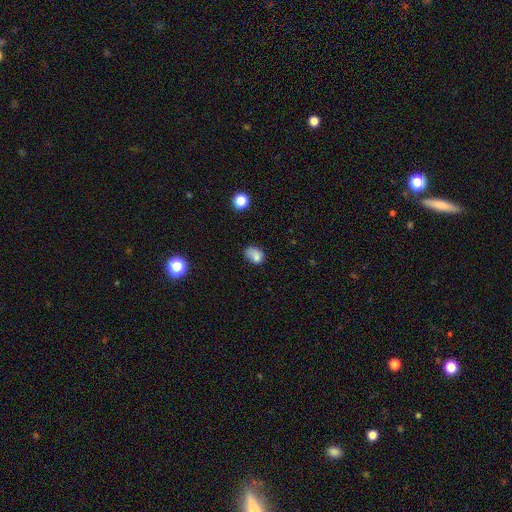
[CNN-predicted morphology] A smooth galaxy with no disk features (75%) that is in between round and cigar-shaped (68%).

Vote fractions:
- Smooth or featured? smooth: 75% / star or artifact: 13% / featured or disk: 12%
- How rounded? in between: 68% / round: 30% / cigar-shaped: 1%
- Merging? none: 38% / minor disturbance: 32% / major disturbance: 18% / merger: 12%